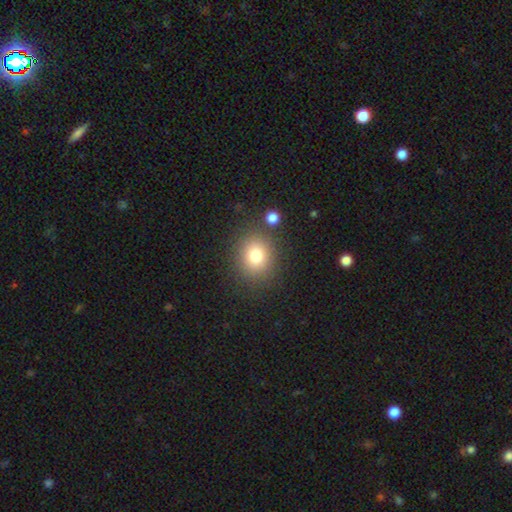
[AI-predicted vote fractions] Overall: smooth (79%). How rounded: round (69%; in between 30%). Merging: none (82%).